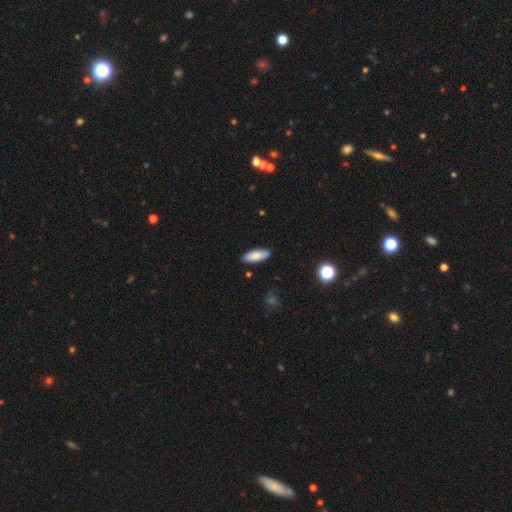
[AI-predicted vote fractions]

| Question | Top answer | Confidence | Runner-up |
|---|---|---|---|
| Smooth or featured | smooth | 83% | featured or disk (10%) |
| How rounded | in between | 76% | cigar-shaped (22%) |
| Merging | none | 87% | minor disturbance (10%) |